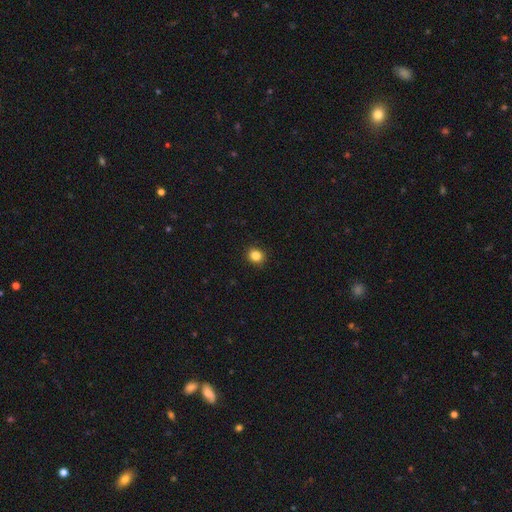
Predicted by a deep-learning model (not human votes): smooth_or_featured: smooth (p=0.84) [alt: star or artifact p=0.12]
how_rounded: round (p=0.83) [alt: in between p=0.16]
merging: none (p=0.92) [alt: minor disturbance p=0.06]